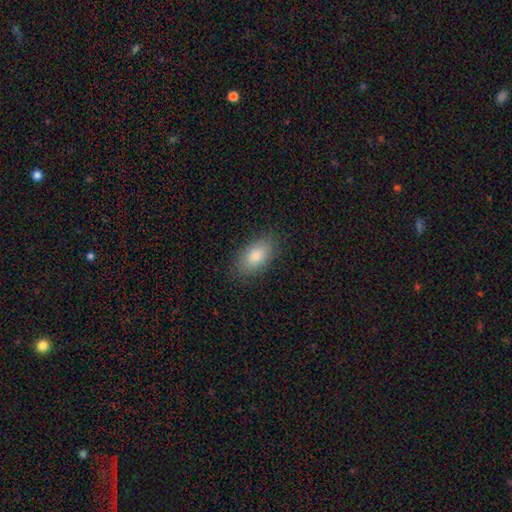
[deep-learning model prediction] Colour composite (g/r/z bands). It shows a smooth galaxy with no disk features (84%) that is in between round and cigar-shaped (92%). Merging: none (86%).